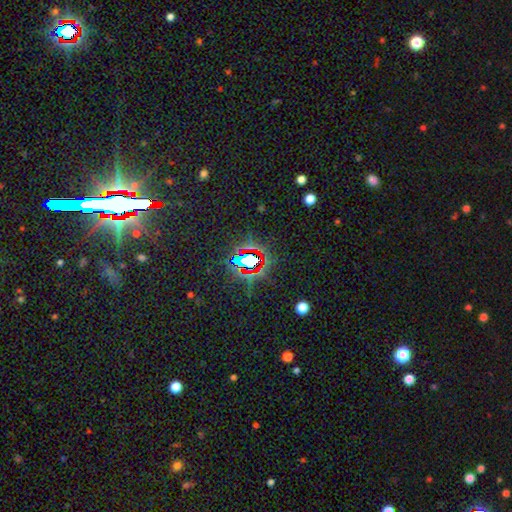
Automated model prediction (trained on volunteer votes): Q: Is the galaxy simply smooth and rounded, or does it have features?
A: star or artifact — 77%.